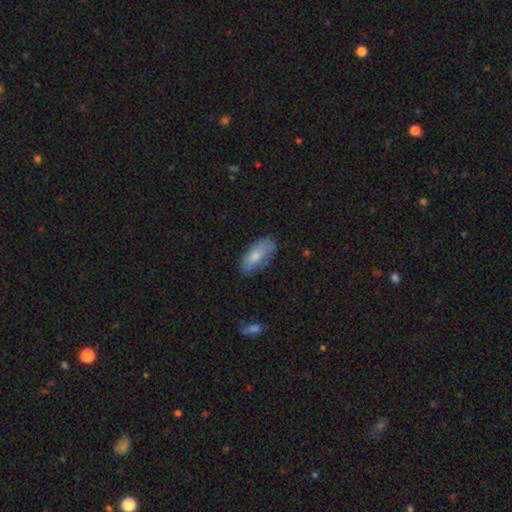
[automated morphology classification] type=smooth (73%); roundness=in between (83%); merging=none (66%).